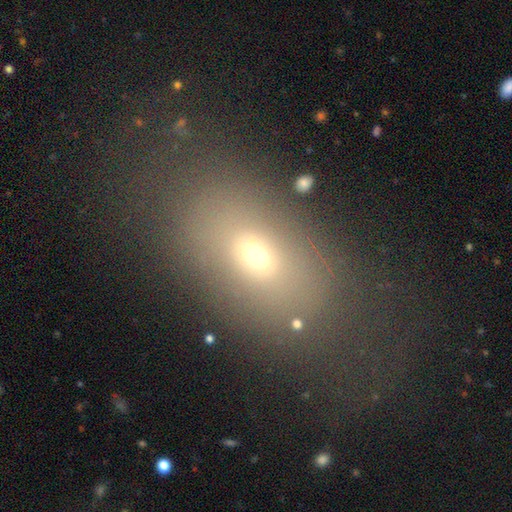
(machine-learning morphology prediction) The model was most divided on "smooth or featured": smooth: 60%, featured or disk: 21%, star or artifact: 19%. More confident: how rounded — in between (80%); merging — none (62%).